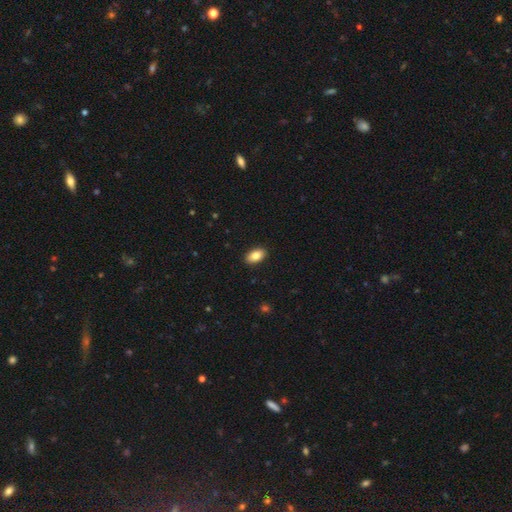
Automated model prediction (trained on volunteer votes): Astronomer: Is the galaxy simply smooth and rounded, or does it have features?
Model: smooth — 84%.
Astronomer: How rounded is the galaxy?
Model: in between — 92%.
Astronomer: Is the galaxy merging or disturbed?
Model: none — 91%.